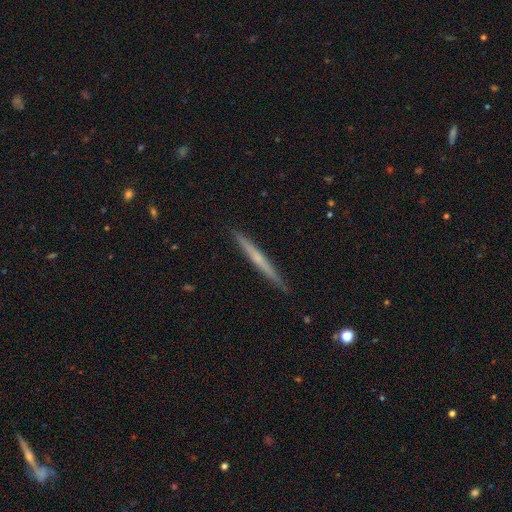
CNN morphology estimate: smooth_or_featured: featured or disk (p=0.59) [alt: smooth p=0.35]
disk_edge_on: yes (p=0.98) [alt: no p=0.02]
edge_on_bulge: none (p=0.65) [alt: rounded p=0.30]
merging: none (p=0.91) [alt: minor disturbance p=0.07]